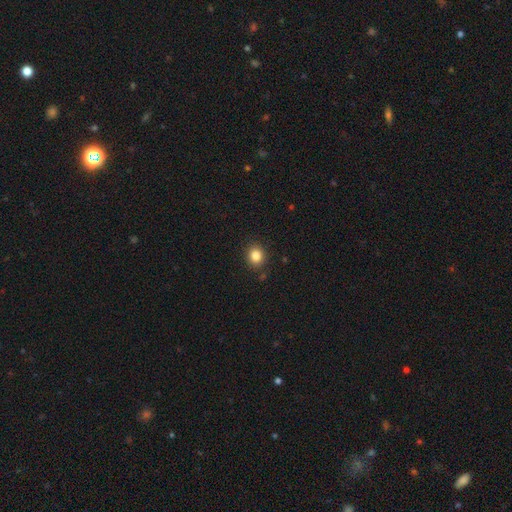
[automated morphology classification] Smooth or featured? smooth (84%)
How rounded? round (73%)
Merging? none (89%)